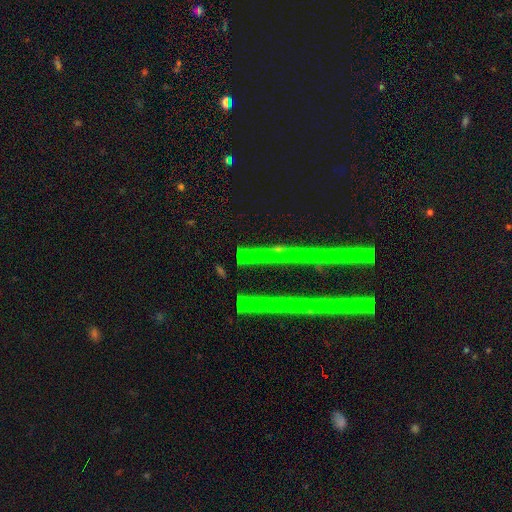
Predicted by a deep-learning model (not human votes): Morphology: type=star or artifact (59%).